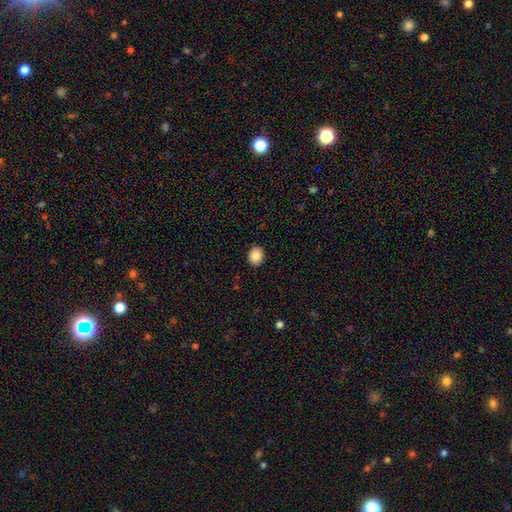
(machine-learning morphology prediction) This appears to be a smooth galaxy with no disk features (88%) that is round (54%). Merging: none (91%).